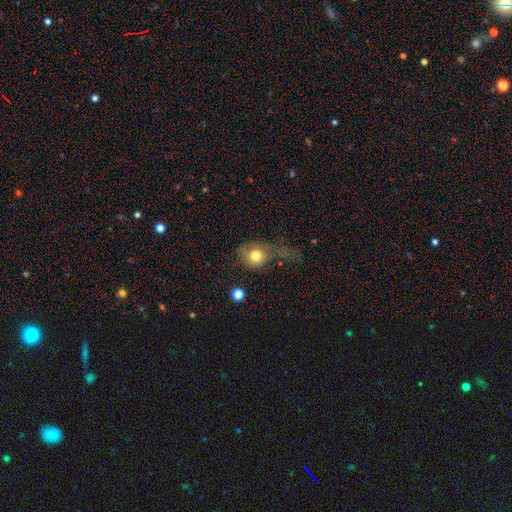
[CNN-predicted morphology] Overall: smooth (73%). How rounded: round (66%; in between 32%). Merging: major disturbance (49%; minor disturbance 23%).